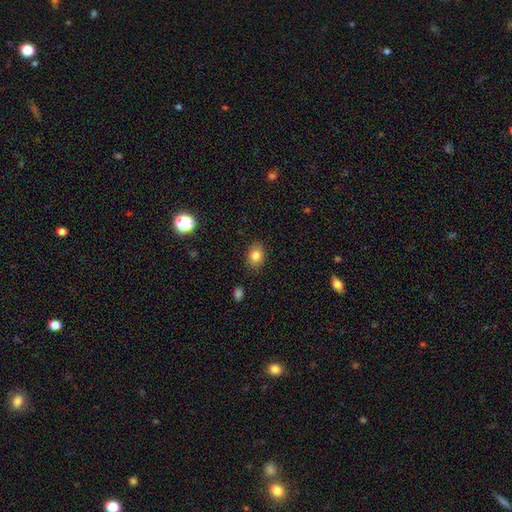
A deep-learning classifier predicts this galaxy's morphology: A smooth galaxy with no disk features (82%) that is in between round and cigar-shaped (59%). Merging: none (86%).